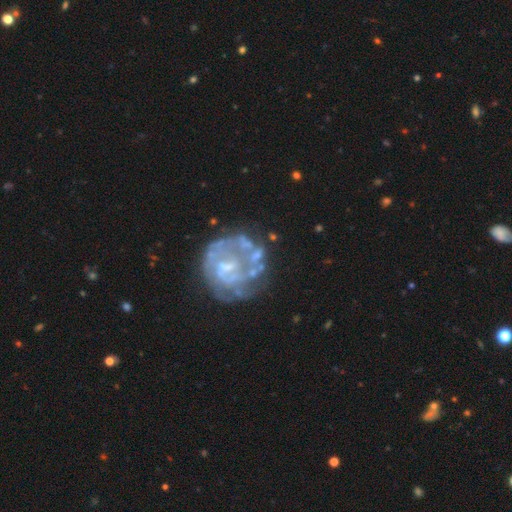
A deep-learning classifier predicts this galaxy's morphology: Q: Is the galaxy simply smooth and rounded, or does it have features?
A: featured or disk — 76%.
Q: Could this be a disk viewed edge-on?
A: no — 98%.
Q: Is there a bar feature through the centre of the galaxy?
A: no — 60%.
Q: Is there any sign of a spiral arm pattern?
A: no — 61%.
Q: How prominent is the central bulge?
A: none — 42%.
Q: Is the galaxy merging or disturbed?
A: none — 47%.